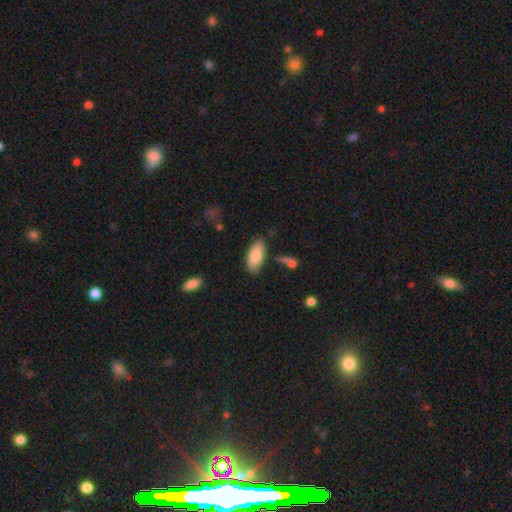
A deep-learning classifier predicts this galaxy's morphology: Smooth or featured?
  - smooth: 82% *
  - featured or disk: 12%
  - star or artifact: 6%
How rounded?
  - in between: 92% *
  - cigar-shaped: 6%
  - round: 2%
Merging?
  - none: 76% *
  - minor disturbance: 15%
  - merger: 5%
  - major disturbance: 4%